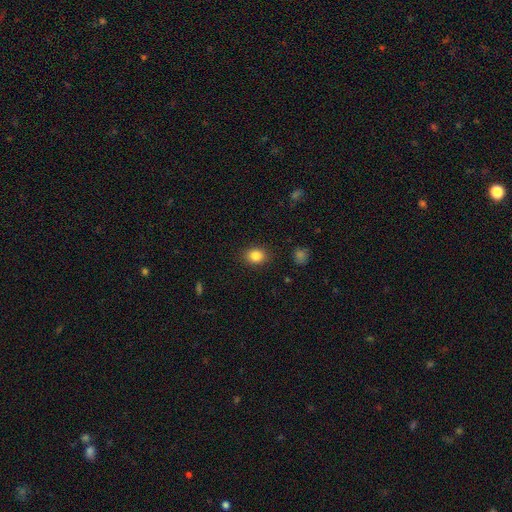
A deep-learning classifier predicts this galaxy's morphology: Q: Smooth or featured?
A: smooth (85%); runner-up: star or artifact (10%)
Q: How rounded?
A: round (52%); runner-up: in between (47%)
Q: Merging?
A: none (87%); runner-up: minor disturbance (9%)